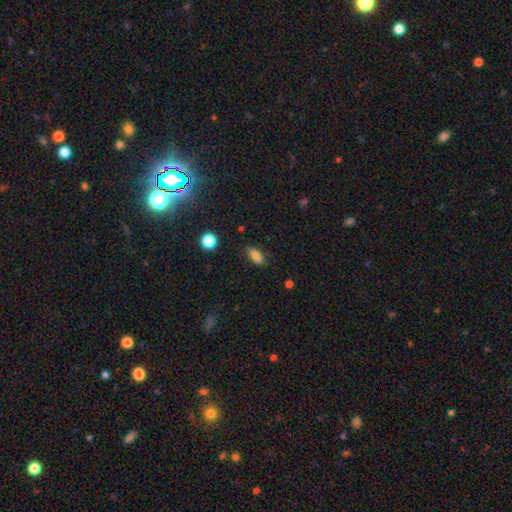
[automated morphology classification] The model was most divided on "merging": none: 83%, minor disturbance: 13%, major disturbance: 3%, merger: 1%. More confident: how rounded — in between (86%); smooth or featured — smooth (82%).